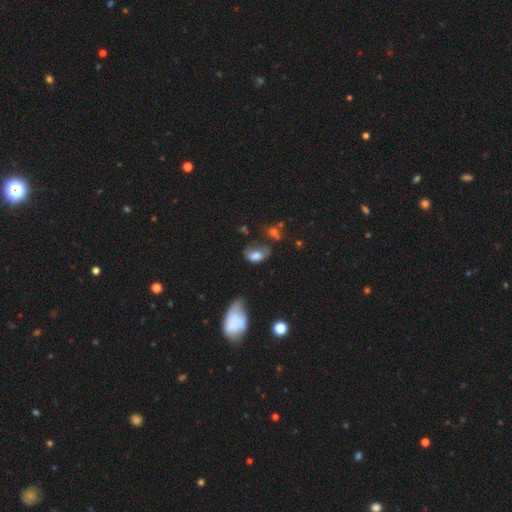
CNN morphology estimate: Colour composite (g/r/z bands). It shows a smooth galaxy with no disk features (65%) that is in between round and cigar-shaped (86%). Merging: minor disturbance (32%).